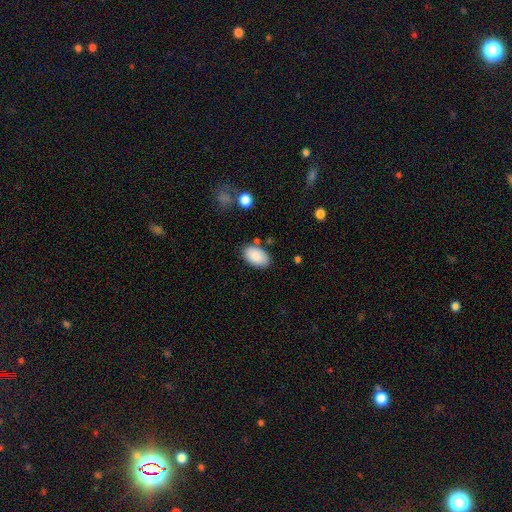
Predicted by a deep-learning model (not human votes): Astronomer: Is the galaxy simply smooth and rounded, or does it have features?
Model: smooth — 87%.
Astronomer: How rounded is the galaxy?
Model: in between — 93%.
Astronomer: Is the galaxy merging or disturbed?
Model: none — 80%.